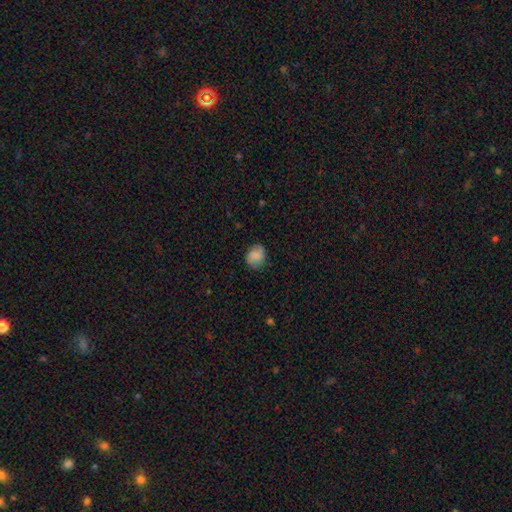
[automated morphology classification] Smooth or featured? smooth (76%)
How rounded? round (61%)
Merging? none (77%)